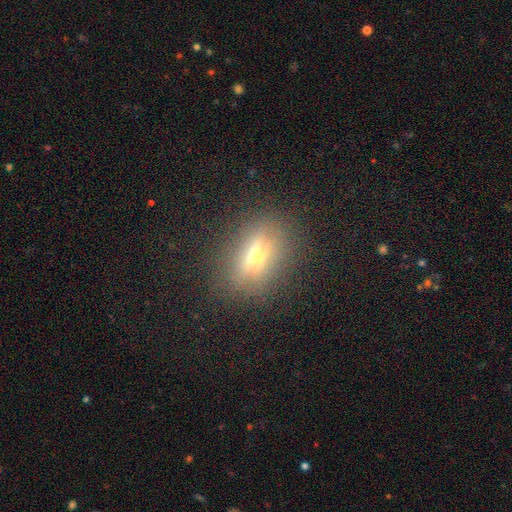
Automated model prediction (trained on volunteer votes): This appears to be a featured or disk galaxy (54%) viewed edge-on (76%). Merging: none (81%).